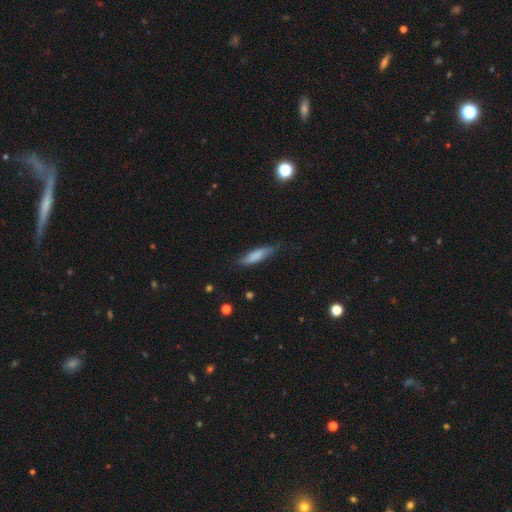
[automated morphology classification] Overall: smooth (79%). How rounded: cigar-shaped (63%; in between 35%). Merging: none (69%).